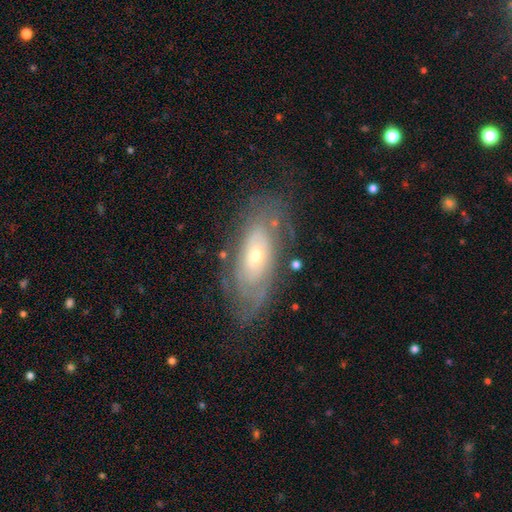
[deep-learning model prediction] This appears to be a featured or disk galaxy (71%) with no bar (80%), spiral arms (69%) and a small central bulge (52%). Merging: none (72%).